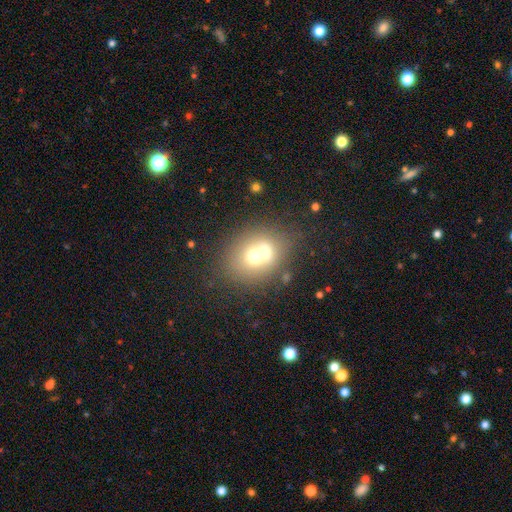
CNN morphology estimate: A smooth galaxy with no disk features (61%) that is round (63%). Merging: merger (59%).